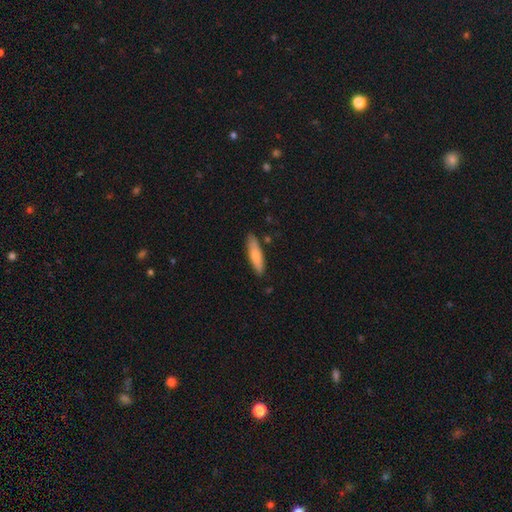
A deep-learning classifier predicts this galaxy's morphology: A smooth galaxy with no disk features (71%) that is cigar-shaped (67%). Merging: none (84%).